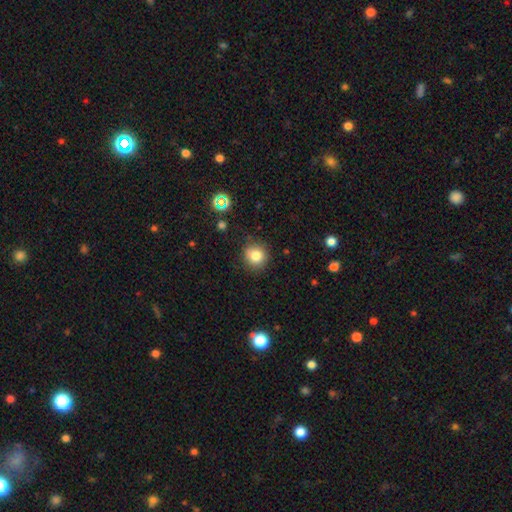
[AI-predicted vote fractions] smooth_or_featured: smooth (p=0.82) [alt: star or artifact p=0.12]
how_rounded: round (p=0.90) [alt: in between p=0.09]
merging: none (p=0.86) [alt: minor disturbance p=0.09]